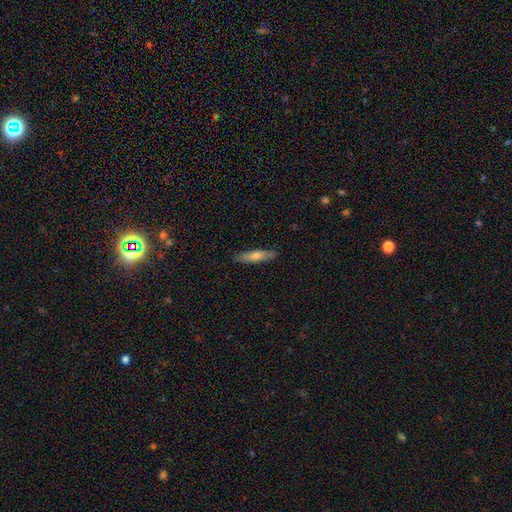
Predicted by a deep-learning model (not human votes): This is likely a smooth galaxy (69%). How rounded: likely cigar-shaped (80%). Merging: clearly none (88%).